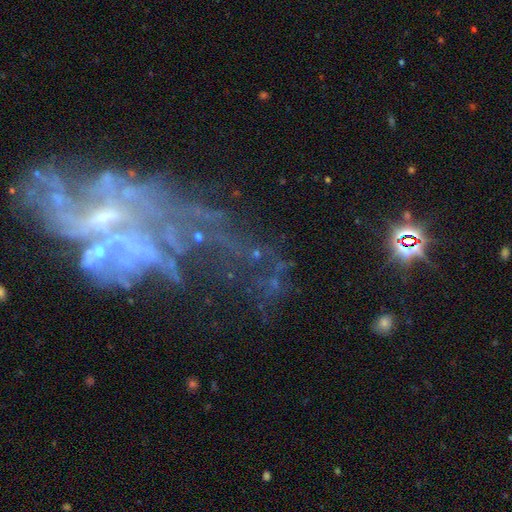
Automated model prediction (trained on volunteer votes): Overall: featured or disk (64%; star or artifact 25%). Edge-on disk: no (93%). Bar: no (67%). Spiral arms: no (53%; yes 47%). Bulge size: none (41%; small 36%). Merging: major disturbance (41%; none 30%).